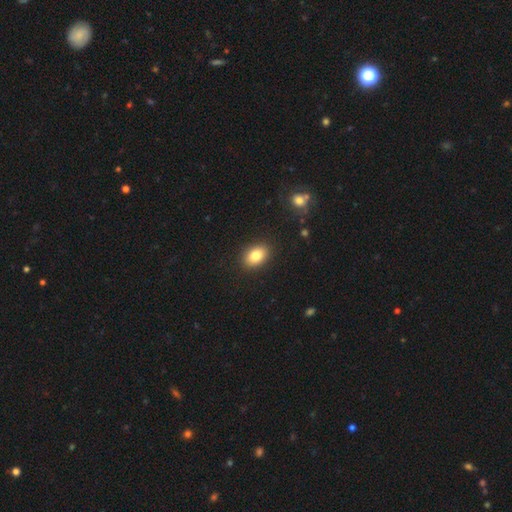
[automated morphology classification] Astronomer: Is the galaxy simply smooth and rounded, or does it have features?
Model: smooth — 83%.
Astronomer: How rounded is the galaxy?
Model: in between — 81%.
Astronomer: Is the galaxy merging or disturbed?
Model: none — 89%.